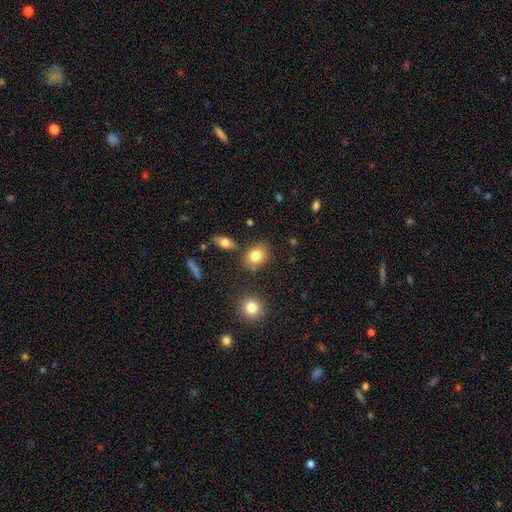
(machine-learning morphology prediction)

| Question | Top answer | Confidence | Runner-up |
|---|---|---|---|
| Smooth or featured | smooth | 81% | star or artifact (10%) |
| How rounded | in between | 52% | round (46%) |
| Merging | none | 76% | minor disturbance (13%) |